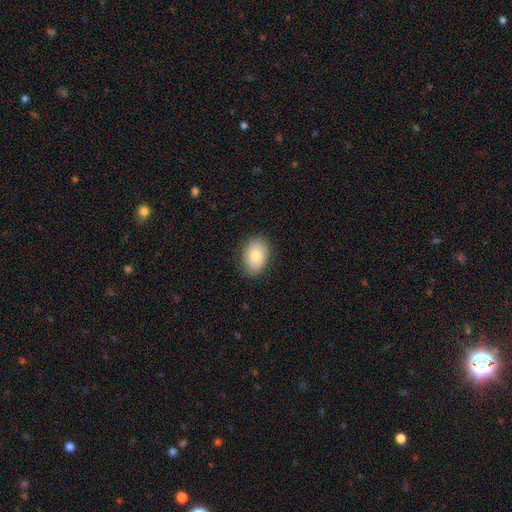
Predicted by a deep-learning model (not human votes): This appears to be a smooth galaxy with no disk features (78%) that is in between round and cigar-shaped (81%). Merging: none (83%).